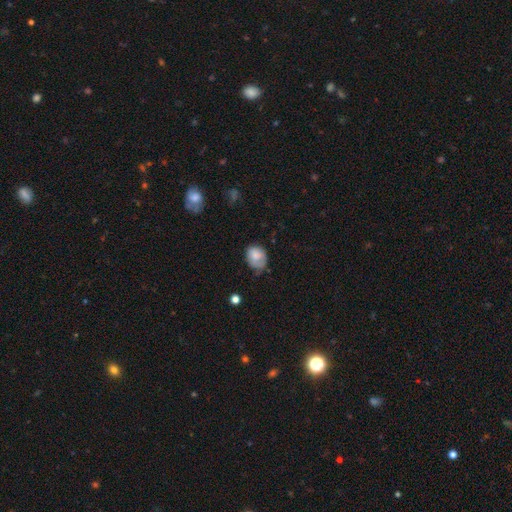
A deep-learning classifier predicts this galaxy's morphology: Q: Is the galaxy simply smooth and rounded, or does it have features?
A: smooth — 76%.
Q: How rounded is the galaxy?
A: in between — 61%.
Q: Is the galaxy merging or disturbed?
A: none — 48%.